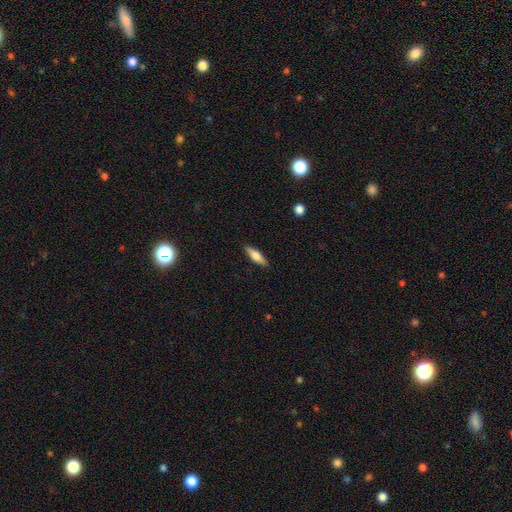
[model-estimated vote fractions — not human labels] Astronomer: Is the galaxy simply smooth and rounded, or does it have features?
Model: smooth — 57% (runner-up: featured or disk, 36%).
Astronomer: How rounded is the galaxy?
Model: cigar-shaped — 56% (runner-up: in between, 42%).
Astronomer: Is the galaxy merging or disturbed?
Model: none — 88%.